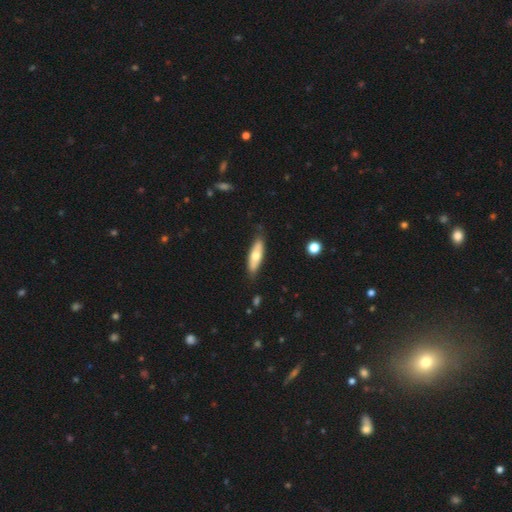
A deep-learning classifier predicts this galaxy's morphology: smooth-or-featured: smooth: 58% | featured or disk: 37% | star or artifact: 5%
  how-rounded: in between: 50% | cigar-shaped: 48% | round: 2%
  merging: none: 81% | minor disturbance: 15% | major disturbance: 3% | merger: 2%